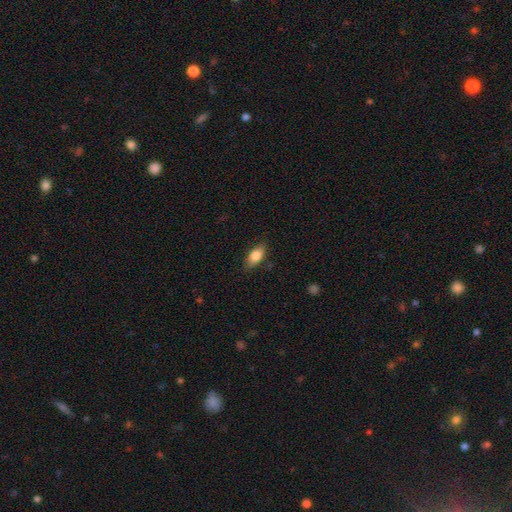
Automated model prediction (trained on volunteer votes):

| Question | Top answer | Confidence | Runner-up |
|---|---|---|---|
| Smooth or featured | smooth | 79% | featured or disk (14%) |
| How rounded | in between | 85% | cigar-shaped (10%) |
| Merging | none | 81% | minor disturbance (15%) |